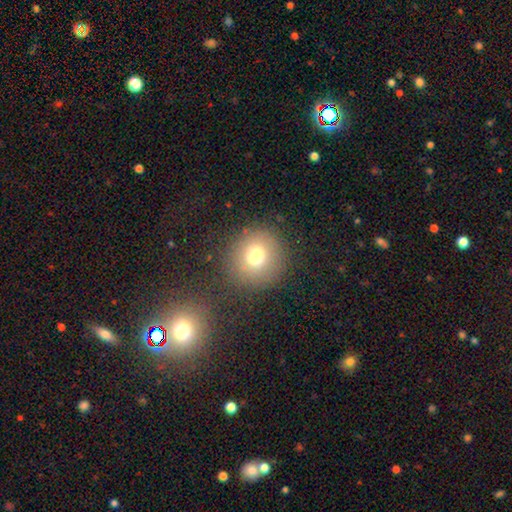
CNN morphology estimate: Q: Smooth or featured?
A: smooth (75%); runner-up: star or artifact (13%)
Q: How rounded?
A: round (91%); runner-up: in between (8%)
Q: Merging?
A: none (83%); runner-up: minor disturbance (9%)